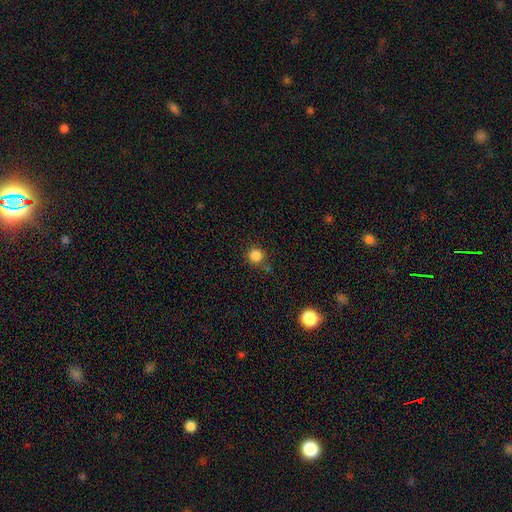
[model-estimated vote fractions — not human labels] Smooth or featured: smooth — 84% (star or artifact — 12%)
How rounded: round — 95% (in between — 5%)
Merging: none — 83% (minor disturbance — 10%)